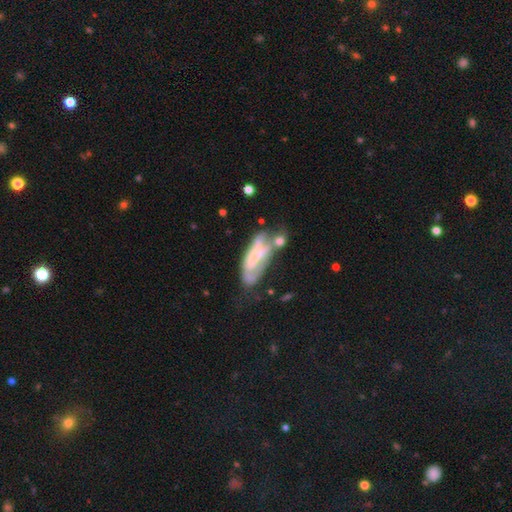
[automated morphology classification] Smooth or featured?
  - featured or disk: 55% *
  - smooth: 36%
  - star or artifact: 9%
Edge-on disk?
  - no: 85% *
  - yes: 15%
Merging?
  - major disturbance: 28% *
  - merger: 26%
  - none: 24%
  - minor disturbance: 21%